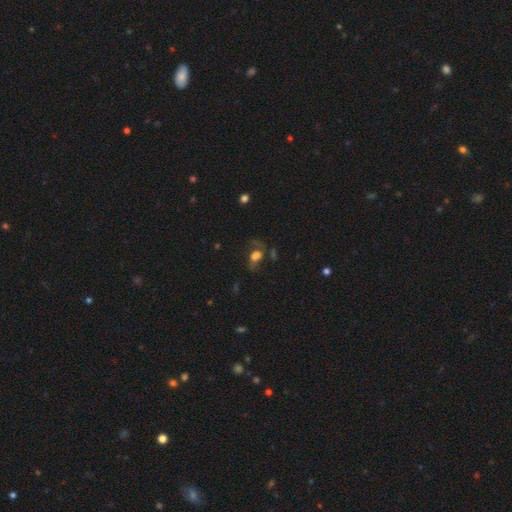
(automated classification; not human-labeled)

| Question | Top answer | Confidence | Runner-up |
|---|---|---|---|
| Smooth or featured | smooth | 52% | featured or disk (29%) |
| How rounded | in between | 71% | round (25%) |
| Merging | none | 43% | major disturbance (32%) |